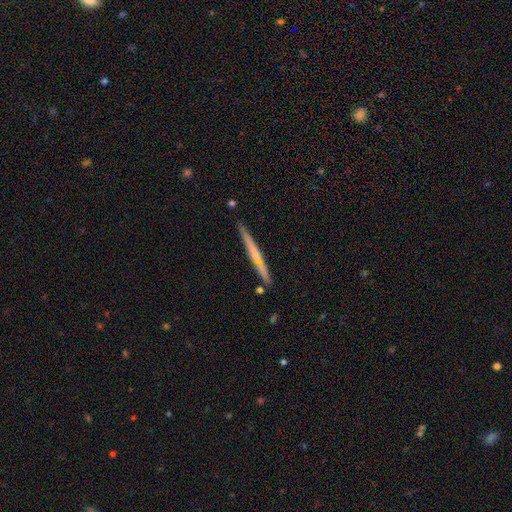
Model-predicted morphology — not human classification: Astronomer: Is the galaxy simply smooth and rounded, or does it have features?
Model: featured or disk — 57% (runner-up: smooth, 37%).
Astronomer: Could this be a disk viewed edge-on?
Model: yes — 97%.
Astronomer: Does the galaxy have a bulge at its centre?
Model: none — 64%.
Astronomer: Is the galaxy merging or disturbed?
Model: none — 86%.